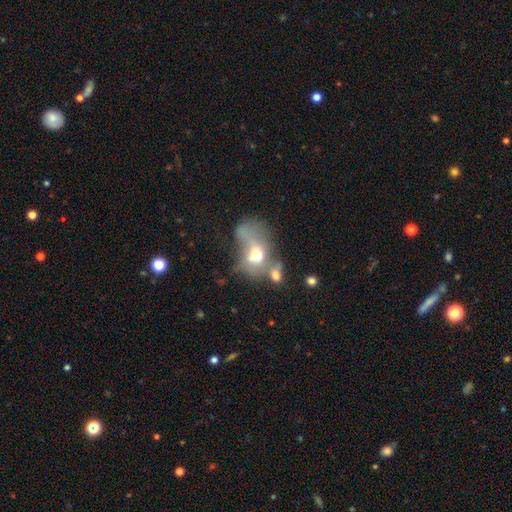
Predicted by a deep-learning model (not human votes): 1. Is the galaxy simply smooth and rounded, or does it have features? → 48% smooth, 40% featured or disk, 13% star or artifact.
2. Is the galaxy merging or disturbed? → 35% merger, 34% major disturbance, 16% none, 15% minor disturbance.